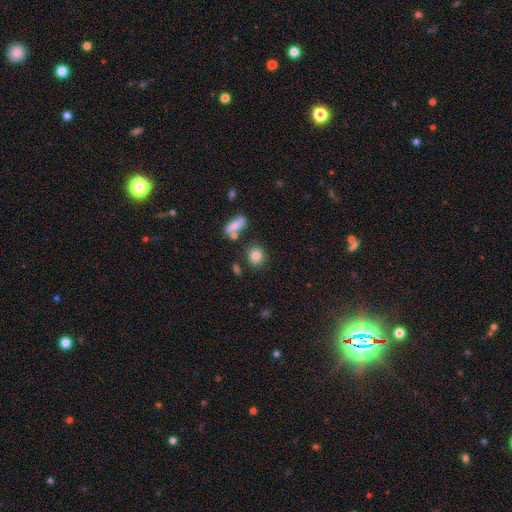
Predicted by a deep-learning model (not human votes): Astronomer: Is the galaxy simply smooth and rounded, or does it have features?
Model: smooth — 82%.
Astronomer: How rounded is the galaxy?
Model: round — 69%.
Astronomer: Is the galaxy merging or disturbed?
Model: none — 78%.